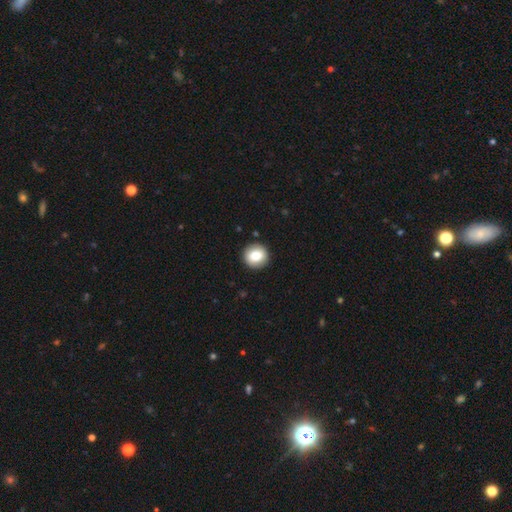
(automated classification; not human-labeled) smooth-or-featured: smooth: 80% | featured or disk: 12% | star or artifact: 8%
  how-rounded: round: 95% | in between: 4% | cigar-shaped: 1%
  merging: none: 92% | minor disturbance: 5% | major disturbance: 2% | merger: 1%